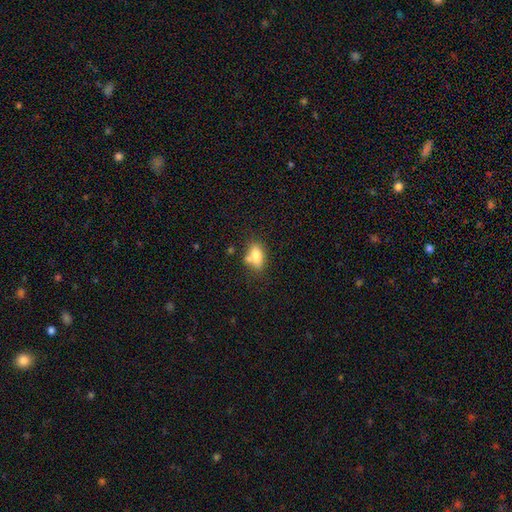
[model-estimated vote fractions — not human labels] This is likely a smooth galaxy (76%). How rounded: clearly in between (80%). Merging: possibly none (55%).